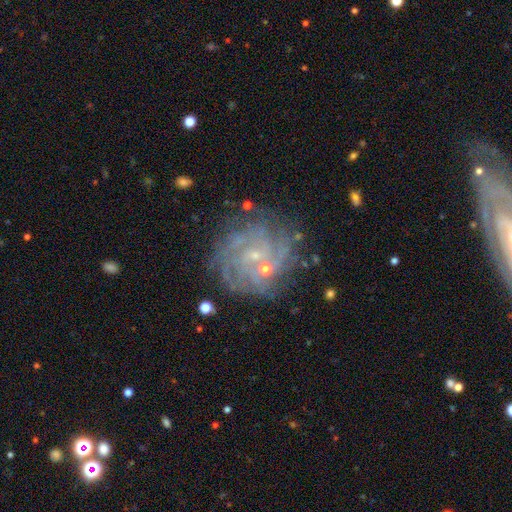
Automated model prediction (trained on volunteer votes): Overall: featured or disk (78%). Edge-on disk: no (97%). Bar: no (55%; weak 37%). Spiral arms: yes (93%). Spiral arm count: can't tell (37%; 4 17%). Spiral winding: tight (67%). Bulge size: small (75%). Merging: none (76%).